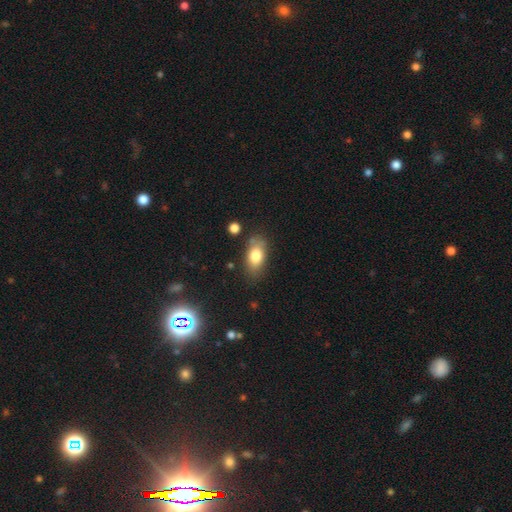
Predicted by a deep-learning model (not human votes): A smooth galaxy with no disk features (79%) that is in between round and cigar-shaped (87%).

Vote fractions:
- Smooth or featured? smooth: 79% / featured or disk: 13% / star or artifact: 8%
- How rounded? in between: 87% / round: 8% / cigar-shaped: 5%
- Merging? none: 73% / minor disturbance: 18% / merger: 5% / major disturbance: 5%